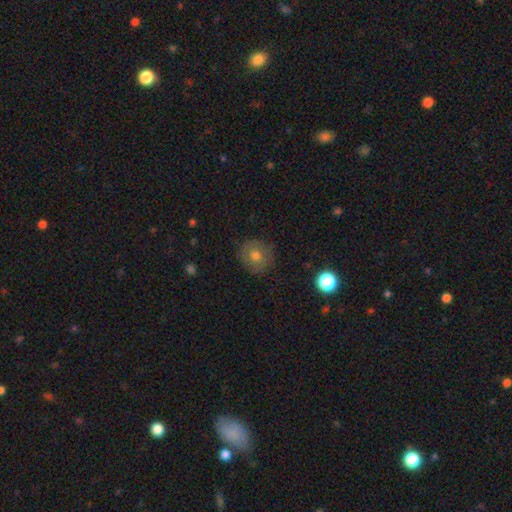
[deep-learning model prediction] This is likely a smooth galaxy (67%). How rounded: clearly round (89%). Merging: clearly none (84%).